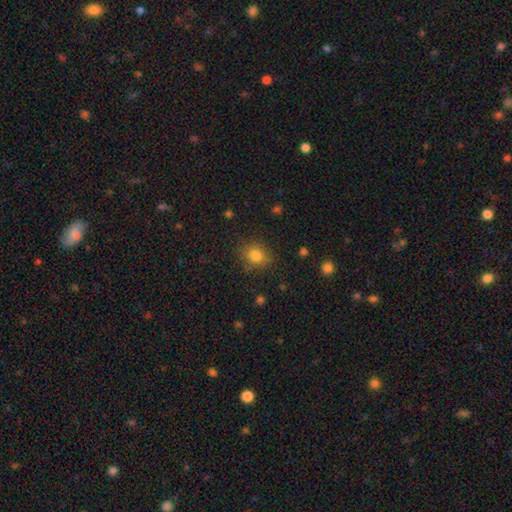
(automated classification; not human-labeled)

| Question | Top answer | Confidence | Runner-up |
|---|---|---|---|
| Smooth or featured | smooth | 80% | star or artifact (13%) |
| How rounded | round | 70% | in between (29%) |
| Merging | none | 83% | minor disturbance (12%) |